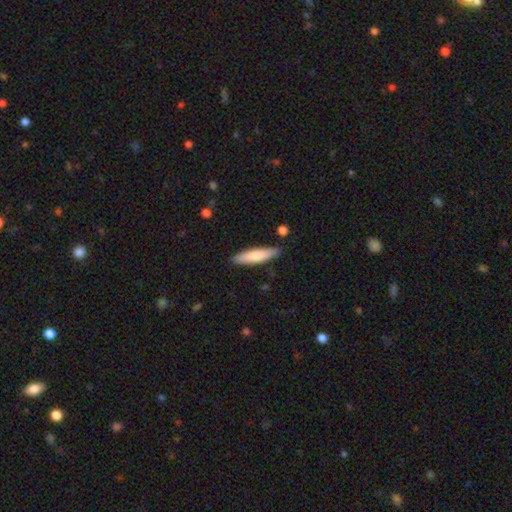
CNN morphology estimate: Q: Smooth or featured?
A: smooth (76%); runner-up: featured or disk (19%)
Q: How rounded?
A: cigar-shaped (74%); runner-up: in between (25%)
Q: Merging?
A: none (86%); runner-up: minor disturbance (10%)